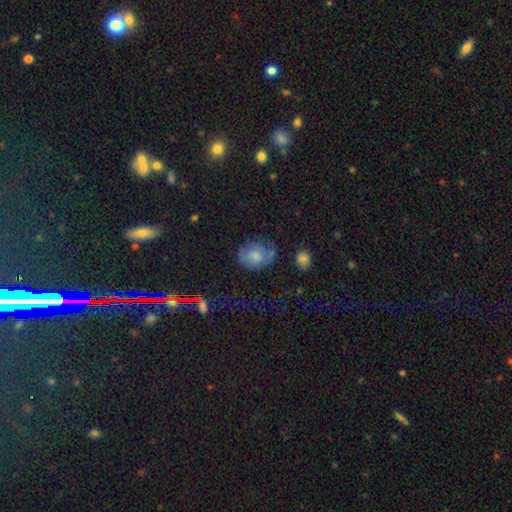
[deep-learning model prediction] Overall: smooth (64%; featured or disk 25%). How rounded: round (56%; in between 43%). Merging: none (46%; minor disturbance 29%).